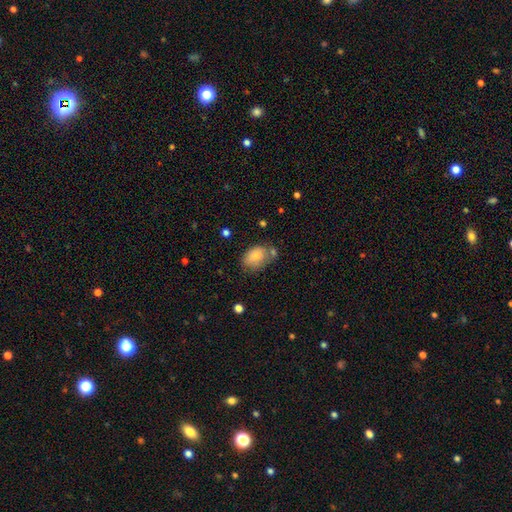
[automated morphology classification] smooth_or_featured: smooth (p=0.78) [alt: featured or disk p=0.14]
how_rounded: in between (p=0.82) [alt: round p=0.17]
merging: none (p=0.54) [alt: minor disturbance p=0.25]